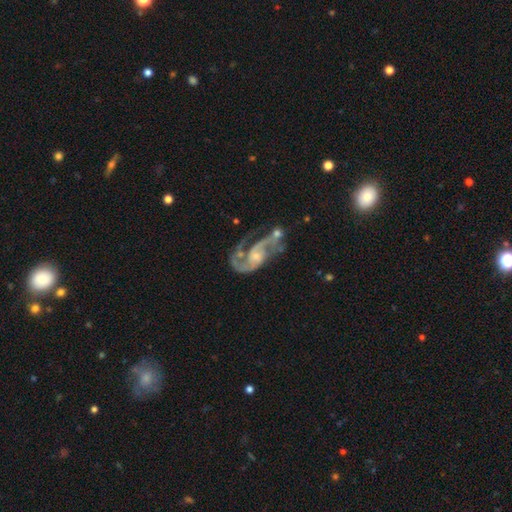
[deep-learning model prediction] The model was most divided on "spiral winding": medium: 49%, loose: 37%, tight: 14%. Remaining: edge-on disk — no (97%); spiral arms — yes (95%); smooth or featured — featured or disk (88%); spiral arm count — 2 (82%); bulge size — small (55%); bar — no (54%); merging — none (39%).